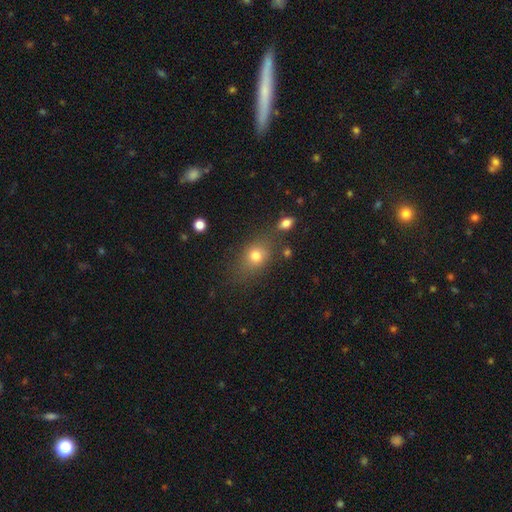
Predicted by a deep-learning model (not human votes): Smooth or featured? smooth (75%)
How rounded? in between (54%)
Merging? none (69%)